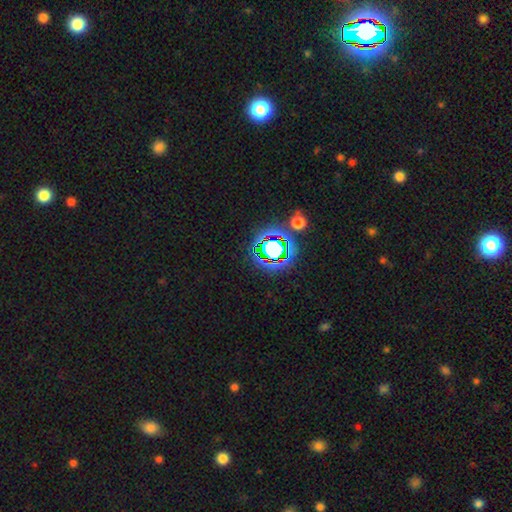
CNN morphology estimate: Q: Smooth or featured?
A: star or artifact (79%); runner-up: smooth (13%)